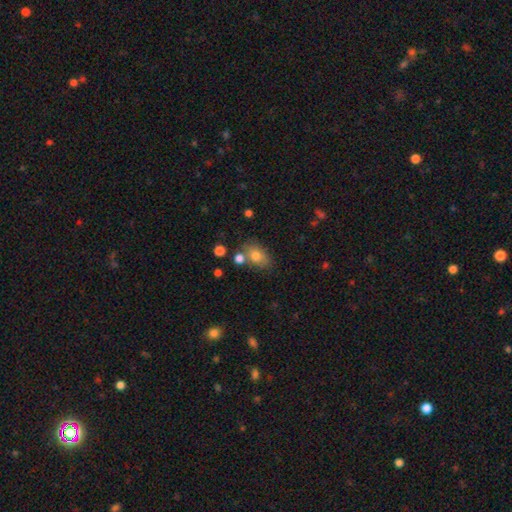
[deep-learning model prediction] Q: Smooth or featured?
A: smooth (79%); runner-up: featured or disk (11%)
Q: How rounded?
A: in between (81%); runner-up: round (17%)
Q: Merging?
A: none (63%); runner-up: minor disturbance (16%)